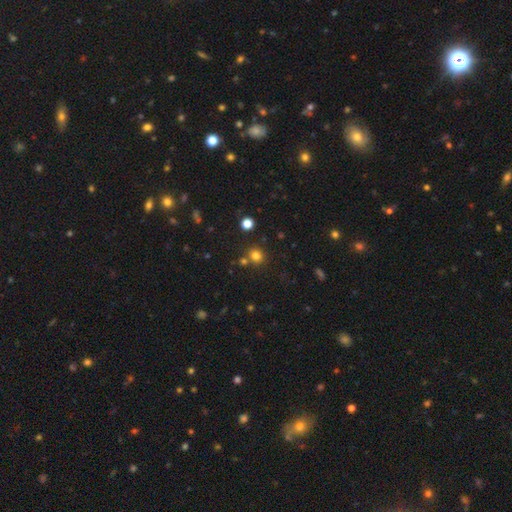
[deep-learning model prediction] Morphology: type=smooth (76%); roundness=round (86%); merging=none (77%).